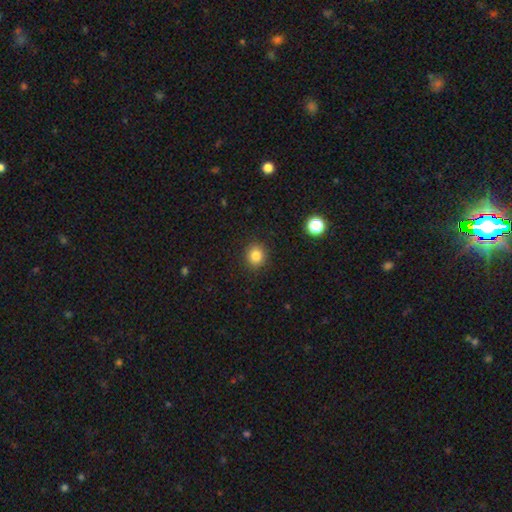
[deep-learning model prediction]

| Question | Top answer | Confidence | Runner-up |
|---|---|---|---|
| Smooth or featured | smooth | 84% | star or artifact (11%) |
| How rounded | round | 82% | in between (17%) |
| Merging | none | 91% | minor disturbance (6%) |